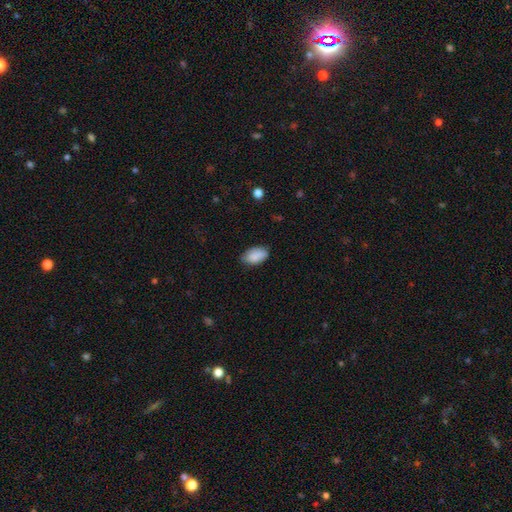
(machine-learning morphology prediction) A smooth galaxy with no disk features (88%) that is in between round and cigar-shaped (94%).

Vote fractions:
- Smooth or featured? smooth: 88% / star or artifact: 6% / featured or disk: 5%
- How rounded? in between: 94% / round: 4% / cigar-shaped: 2%
- Merging? none: 77% / minor disturbance: 19% / major disturbance: 3% / merger: 1%